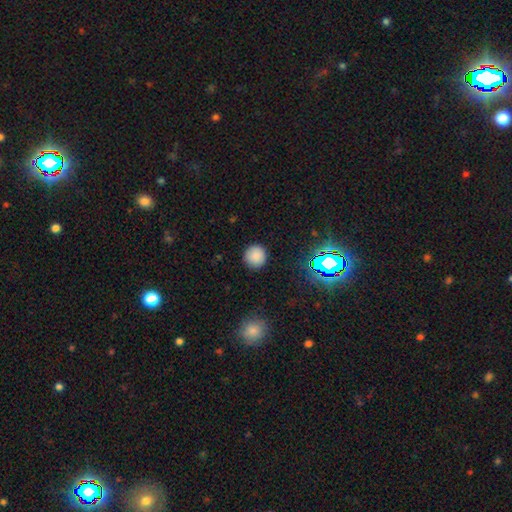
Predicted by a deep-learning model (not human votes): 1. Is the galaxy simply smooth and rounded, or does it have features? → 83% smooth, 13% star or artifact, 4% featured or disk.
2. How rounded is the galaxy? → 95% round, 4% in between, 1% cigar-shaped.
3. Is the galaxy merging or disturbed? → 90% none, 7% minor disturbance, 2% major disturbance, 1% merger.